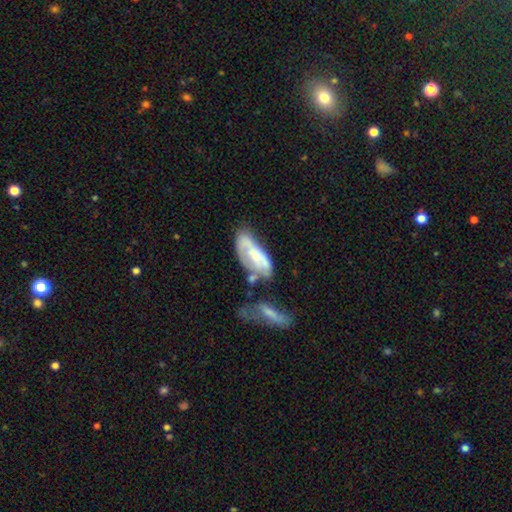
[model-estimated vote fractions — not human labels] A featured or disk galaxy (48%).

Vote fractions:
- Smooth or featured? featured or disk: 48% / smooth: 45% / star or artifact: 7%
- Merging? none: 29% / merger: 26% / minor disturbance: 25% / major disturbance: 20%